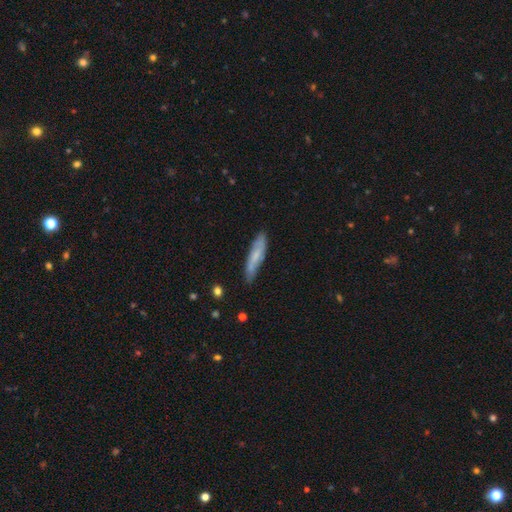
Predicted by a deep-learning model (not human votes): This appears to be a smooth galaxy with no disk features (57%) that is cigar-shaped (80%). Merging: none (79%).